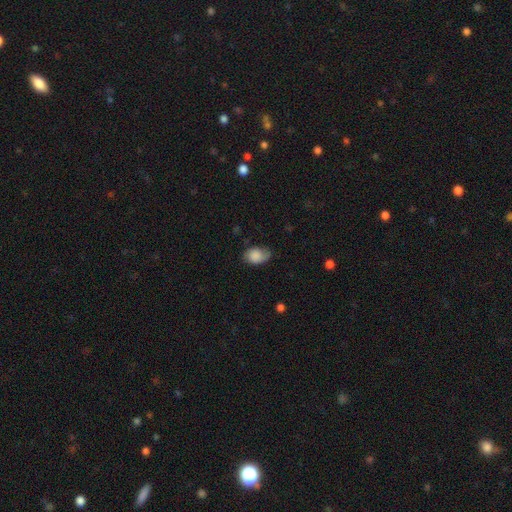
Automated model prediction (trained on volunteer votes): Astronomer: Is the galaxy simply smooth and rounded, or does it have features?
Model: smooth — 72%.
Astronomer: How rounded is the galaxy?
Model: in between — 78%.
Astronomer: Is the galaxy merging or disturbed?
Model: none — 58%.